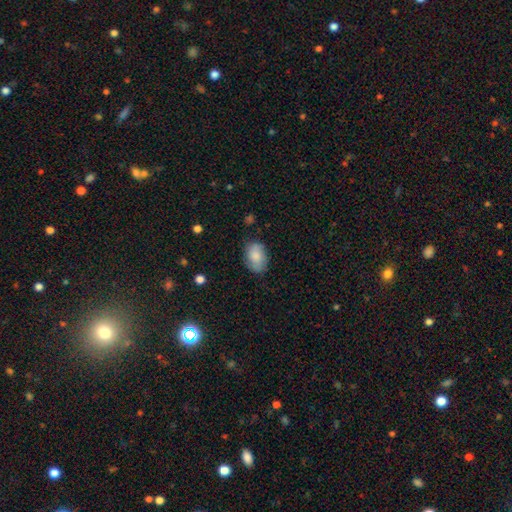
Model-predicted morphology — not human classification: Smooth or featured?
  - smooth: 78% *
  - featured or disk: 15%
  - star or artifact: 7%
How rounded?
  - in between: 86% *
  - round: 13%
  - cigar-shaped: 1%
Merging?
  - none: 75% *
  - minor disturbance: 19%
  - major disturbance: 4%
  - merger: 1%